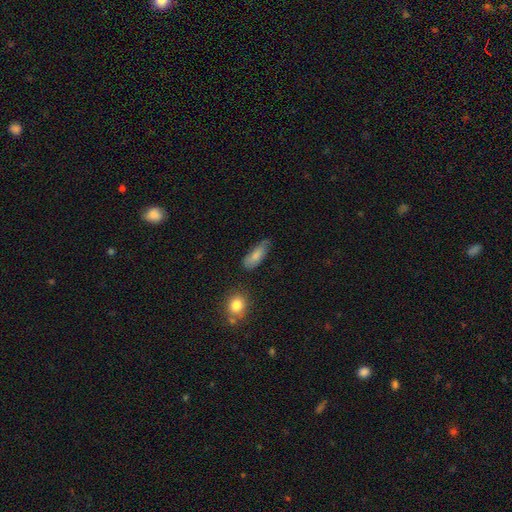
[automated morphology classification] Q: Smooth or featured?
A: smooth (78%); runner-up: featured or disk (14%)
Q: How rounded?
A: in between (70%); runner-up: cigar-shaped (27%)
Q: Merging?
A: none (58%); runner-up: minor disturbance (31%)